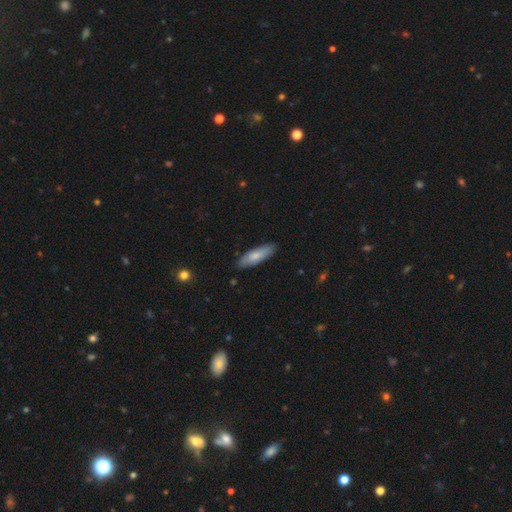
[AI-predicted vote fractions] Smooth or featured? smooth (77%)
How rounded? cigar-shaped (50%)
Merging? none (86%)